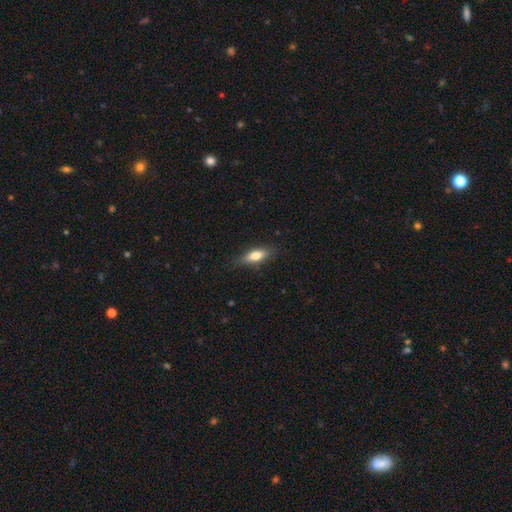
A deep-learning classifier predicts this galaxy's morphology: Smooth or featured? smooth (70%)
How rounded? in between (59%)
Merging? none (81%)